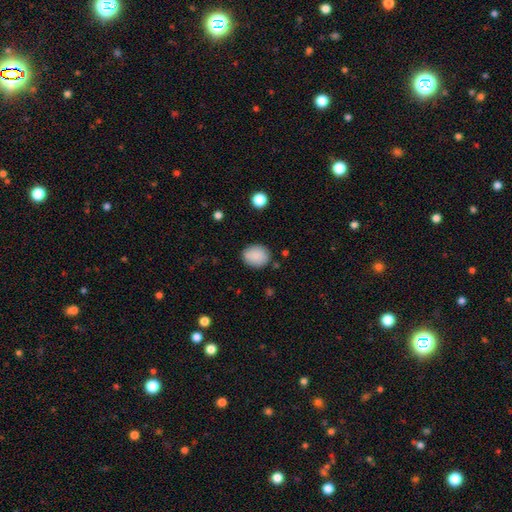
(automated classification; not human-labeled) This appears to be a smooth galaxy with no disk features (88%) that is round (59%). Merging: none (83%).